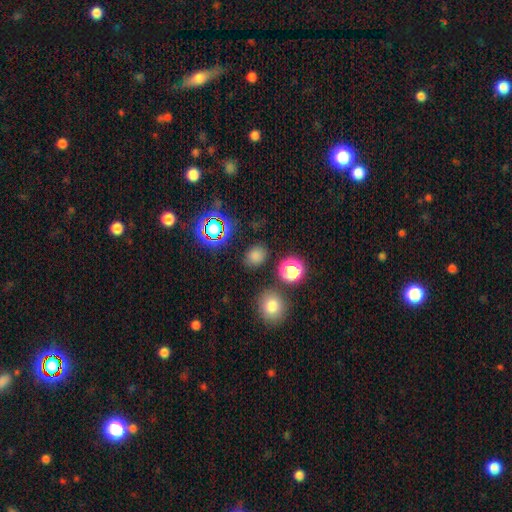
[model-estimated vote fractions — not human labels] A smooth galaxy with no disk features (75%) that is in between round and cigar-shaped (50%). Merging: none (84%).